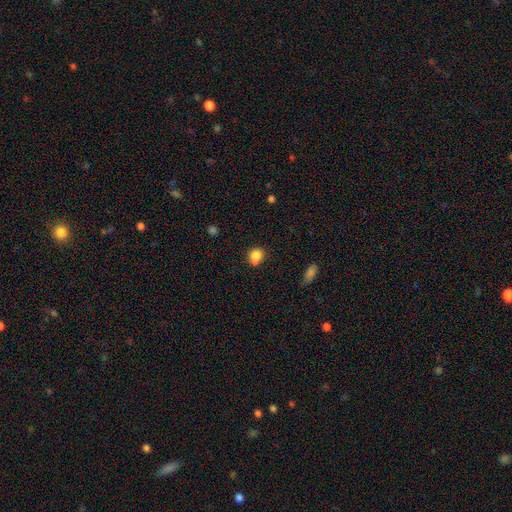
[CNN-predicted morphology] This appears to be a smooth galaxy with no disk features (80%) that is round (66%). Merging: none (48%).